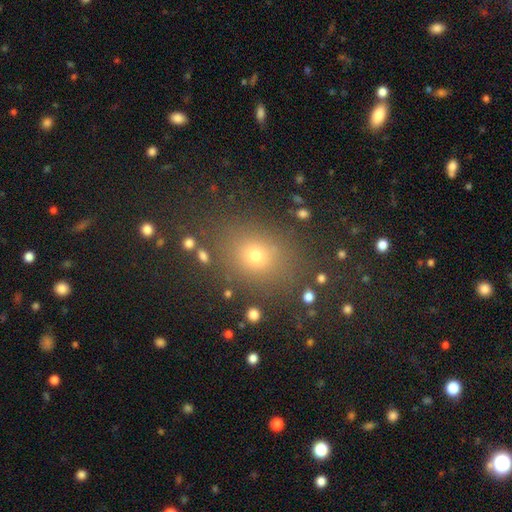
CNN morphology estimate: Q: Smooth or featured?
A: smooth (69%); runner-up: star or artifact (21%)
Q: How rounded?
A: round (58%); runner-up: in between (40%)
Q: Merging?
A: none (80%); runner-up: minor disturbance (11%)